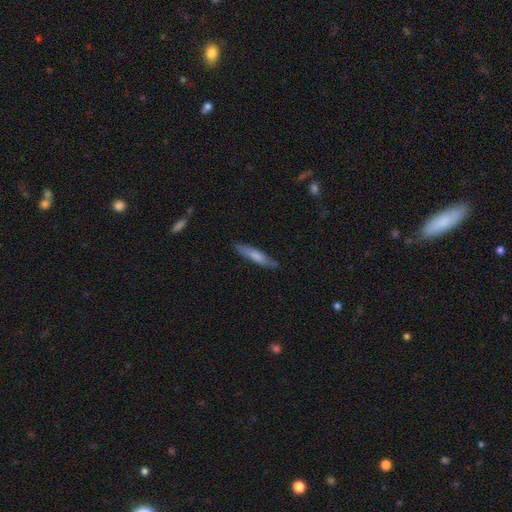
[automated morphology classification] The model was most divided on "smooth or featured": smooth: 69%, featured or disk: 25%, star or artifact: 6%. More confident: how rounded — cigar-shaped (86%); merging — none (83%).